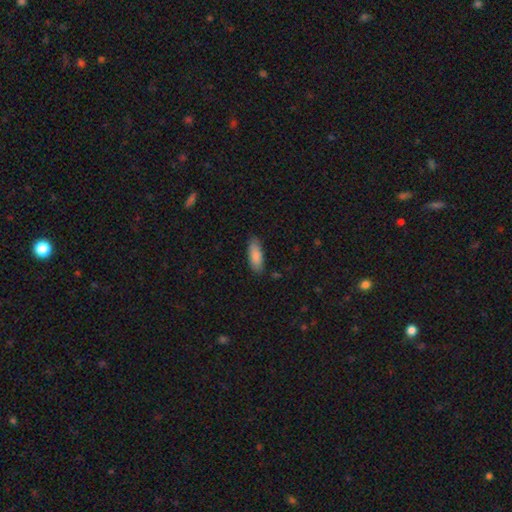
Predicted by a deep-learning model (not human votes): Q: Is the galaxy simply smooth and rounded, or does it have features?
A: smooth — 88%.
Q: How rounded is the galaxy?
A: in between — 67%.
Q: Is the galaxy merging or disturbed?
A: none — 84%.